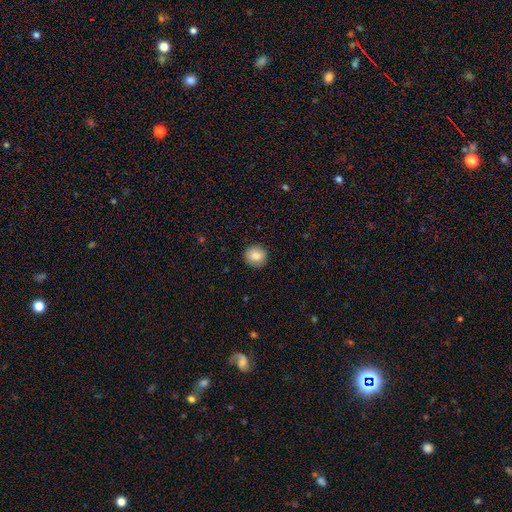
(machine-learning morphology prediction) Smooth or featured: smooth — 85% (star or artifact — 8%)
How rounded: round — 93% (in between — 6%)
Merging: none — 91% (minor disturbance — 6%)